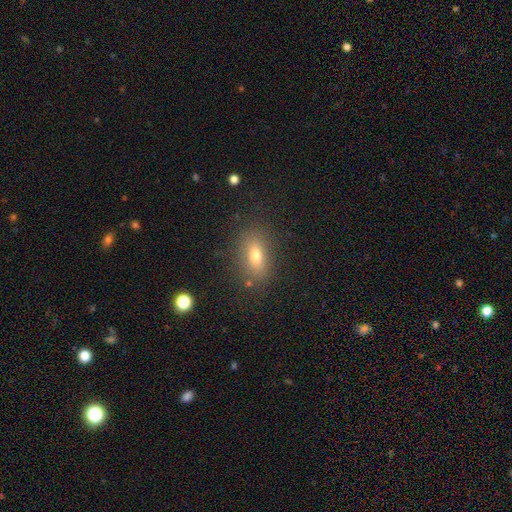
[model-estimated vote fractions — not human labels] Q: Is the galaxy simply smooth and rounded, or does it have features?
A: smooth — 70%.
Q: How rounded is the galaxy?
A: in between — 77%.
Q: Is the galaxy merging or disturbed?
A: none — 82%.